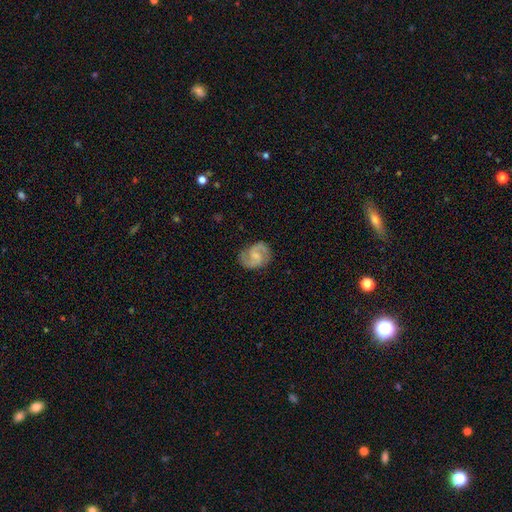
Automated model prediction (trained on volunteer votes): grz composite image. It shows a featured or disk galaxy (84%) with a weak bar (52%), 2 (93%) medium (59%) spiral arms (97%) and a small central bulge (45%). Merging: none (81%).